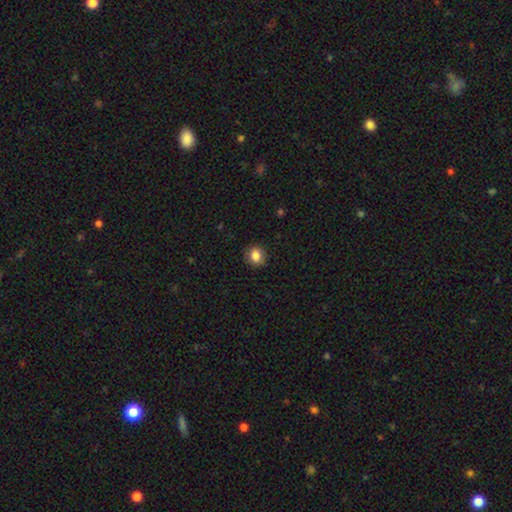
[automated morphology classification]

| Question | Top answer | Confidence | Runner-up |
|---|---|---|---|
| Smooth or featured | smooth | 85% | star or artifact (10%) |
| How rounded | round | 74% | in between (25%) |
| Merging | none | 88% | minor disturbance (9%) |